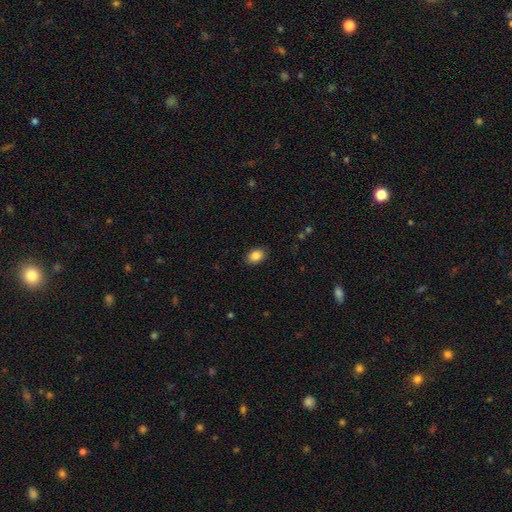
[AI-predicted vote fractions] Smooth or featured?
  - smooth: 86% *
  - star or artifact: 8%
  - featured or disk: 6%
How rounded?
  - in between: 79% *
  - round: 20%
  - cigar-shaped: 1%
Merging?
  - none: 88% *
  - minor disturbance: 9%
  - major disturbance: 2%
  - merger: 1%